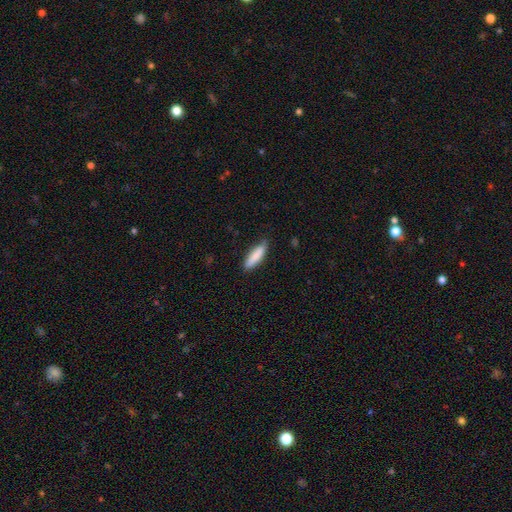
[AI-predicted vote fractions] Overall: smooth (83%). How rounded: cigar-shaped (68%; in between 31%). Merging: none (81%).